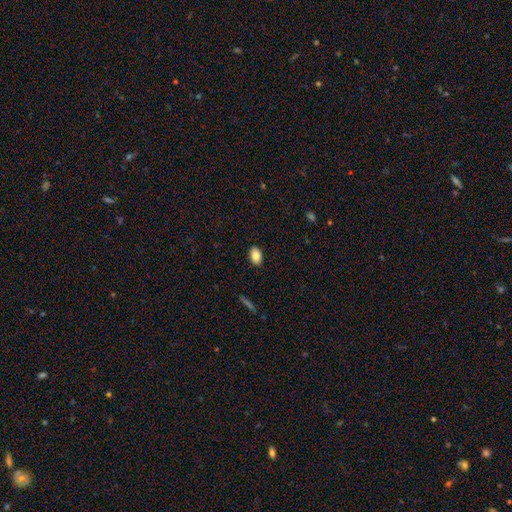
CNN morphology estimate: Smooth or featured?
  - smooth: 83% *
  - featured or disk: 9%
  - star or artifact: 8%
How rounded?
  - in between: 88% *
  - round: 11%
  - cigar-shaped: 1%
Merging?
  - none: 89% *
  - minor disturbance: 8%
  - major disturbance: 2%
  - merger: 1%